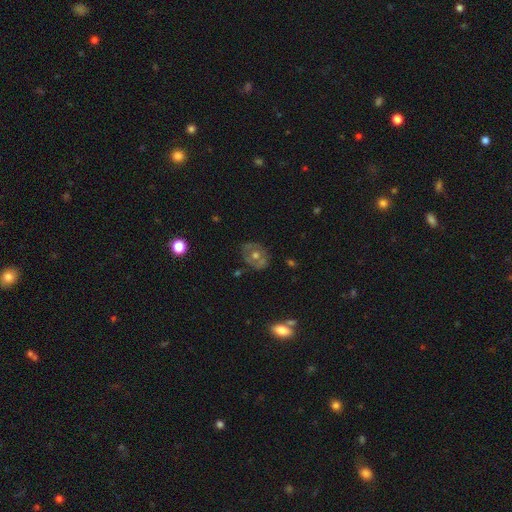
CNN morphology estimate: Smooth or featured? Predicted: featured or disk (p=0.54). Edge-on disk? Predicted: no (p=0.94). Bar? Predicted: no (p=0.86). Spiral arms? Predicted: no (p=0.74). Bulge size? Predicted: moderate (p=0.73). Merging? Predicted: none (p=0.76).